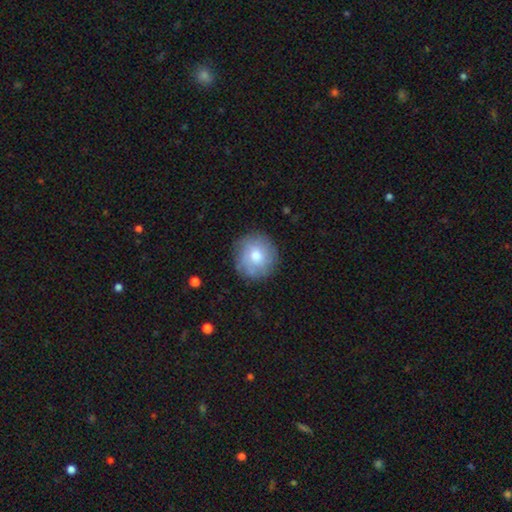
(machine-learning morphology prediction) smooth 67%, featured or disk 25%, star or artifact 8%. Down the decision tree: how rounded — round (92%); merging — none (81%).